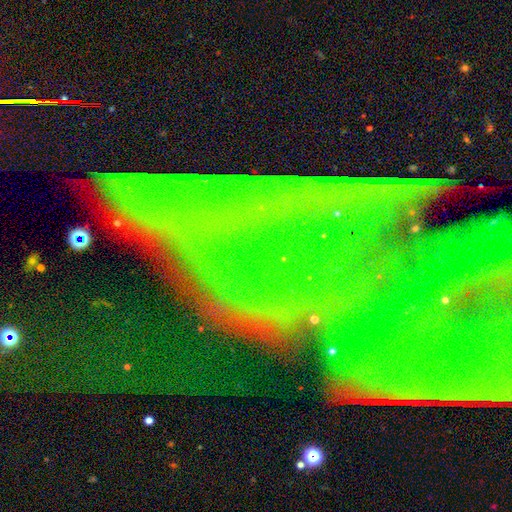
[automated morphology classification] This is likely a star or artifact rather than a galaxy (77%).